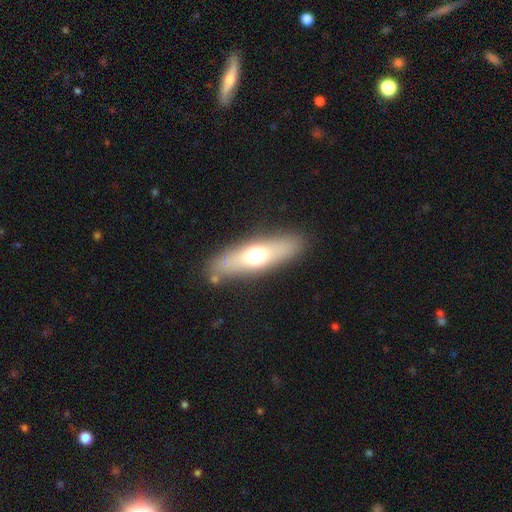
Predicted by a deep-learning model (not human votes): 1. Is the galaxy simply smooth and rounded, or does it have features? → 55% smooth, 37% featured or disk, 8% star or artifact.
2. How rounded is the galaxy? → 53% cigar-shaped, 43% in between, 4% round.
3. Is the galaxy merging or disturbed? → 84% none, 9% minor disturbance, 4% major disturbance, 3% merger.